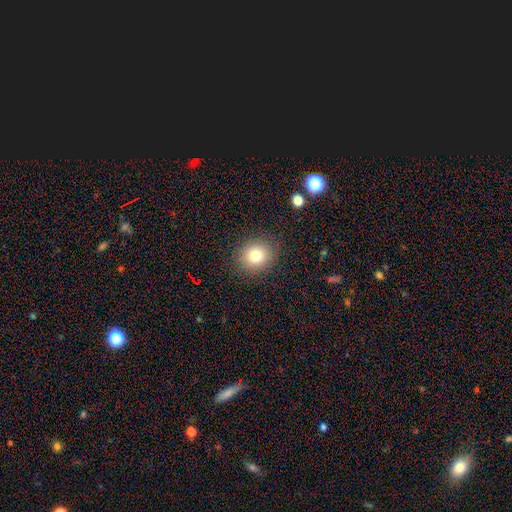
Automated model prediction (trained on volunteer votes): The model was most divided on "how rounded": round: 79%, in between: 20%, cigar-shaped: 1%. More confident: merging — none (88%); smooth or featured — smooth (78%).